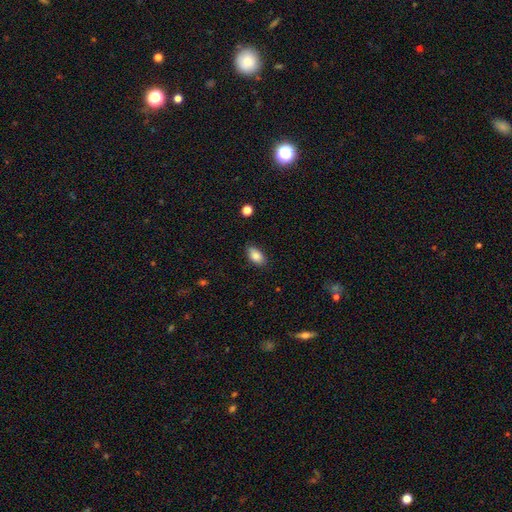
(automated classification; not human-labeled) Smooth or featured? Predicted: smooth (p=0.85). How rounded? Predicted: in between (p=0.92). Merging? Predicted: none (p=0.84).